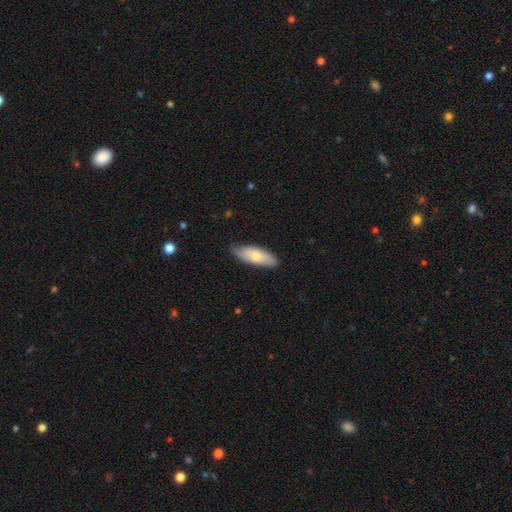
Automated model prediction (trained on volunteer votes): Morphology: type=smooth (71%); roundness=in between (72%); merging=none (78%).